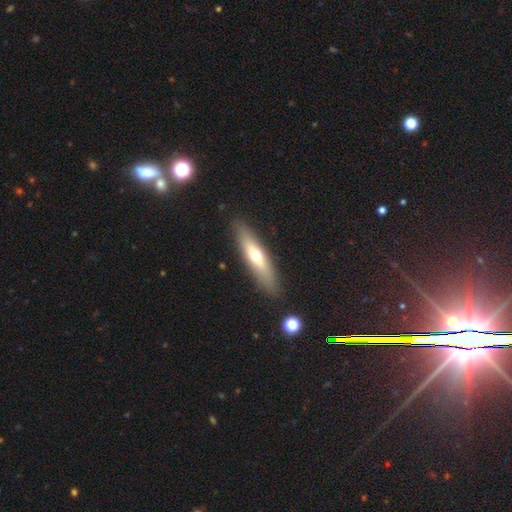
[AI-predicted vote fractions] smooth-or-featured: smooth: 50% | featured or disk: 43% | star or artifact: 6%
  how-rounded: cigar-shaped: 75% | in between: 23% | round: 2%
  merging: none: 88% | minor disturbance: 8% | major disturbance: 2% | merger: 1%